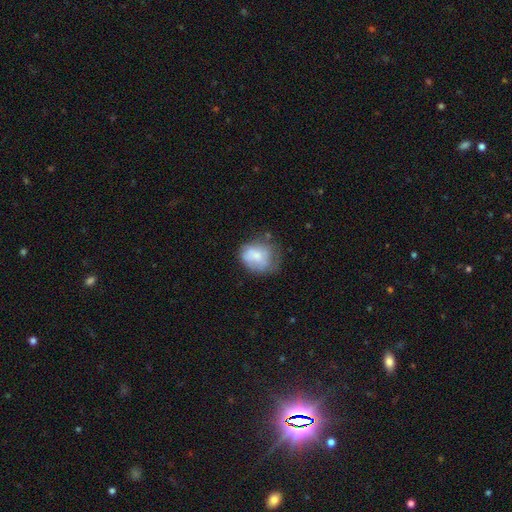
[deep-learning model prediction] Smooth or featured? smooth (64%)
How rounded? round (58%)
Merging? none (42%)